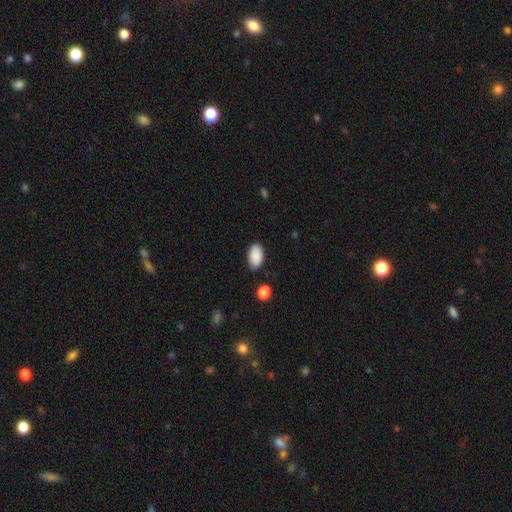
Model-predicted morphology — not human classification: This appears to be a smooth galaxy with no disk features (90%) that is in between round and cigar-shaped (94%). Merging: none (85%).